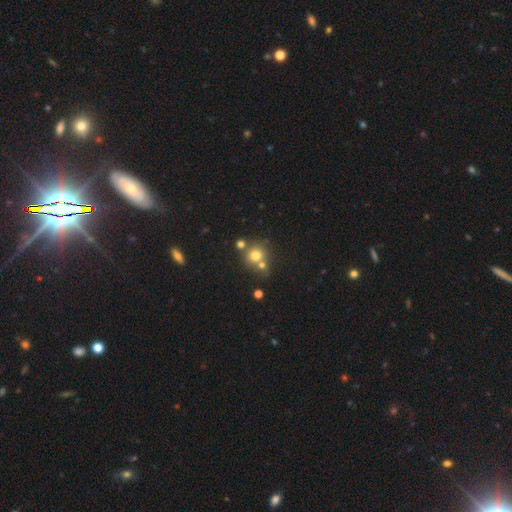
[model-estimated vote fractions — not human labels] Smooth or featured? Predicted: smooth (p=0.74). How rounded? Predicted: round (p=0.86). Merging? Predicted: none (p=0.52).